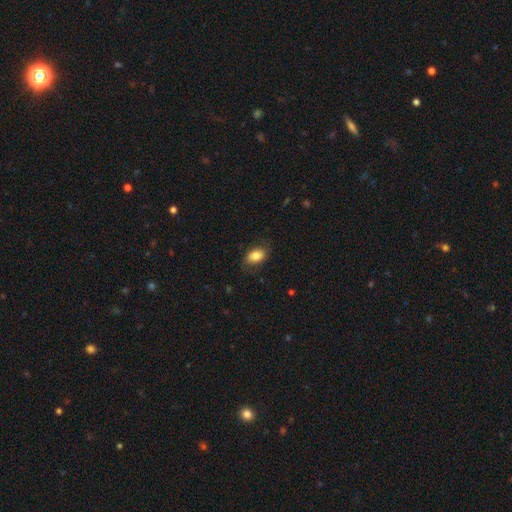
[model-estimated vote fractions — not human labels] Q: Smooth or featured?
A: smooth (83%); runner-up: featured or disk (10%)
Q: How rounded?
A: in between (88%); runner-up: round (11%)
Q: Merging?
A: none (76%); runner-up: minor disturbance (18%)